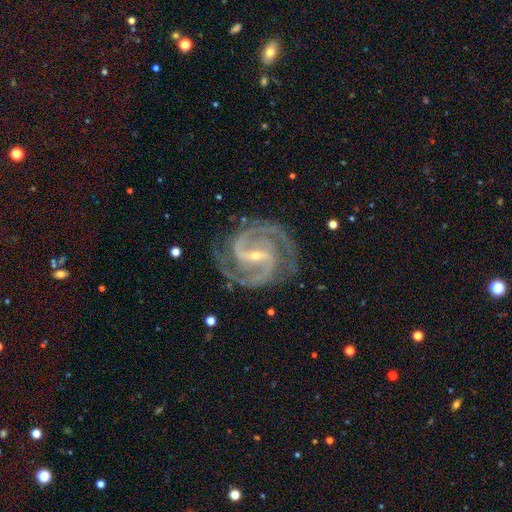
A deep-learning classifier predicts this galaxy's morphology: A featured or disk galaxy (94%) with a strong bar (62%), 2 (78%) medium (52%) spiral arms (99%) and a small central bulge (79%). Merging: none (80%).